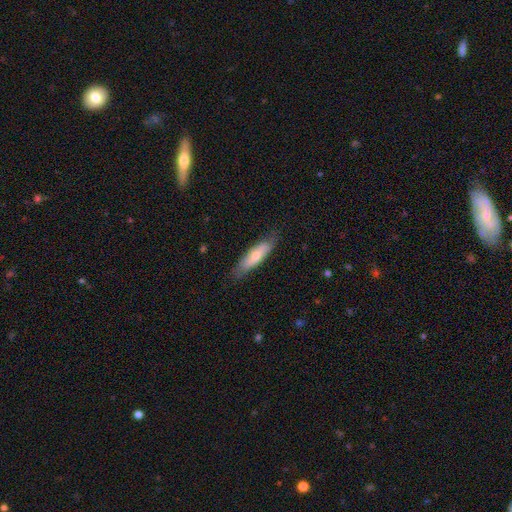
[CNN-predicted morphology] smooth-or-featured: smooth: 64% | featured or disk: 30% | star or artifact: 6%
  how-rounded: cigar-shaped: 60% | in between: 38% | round: 2%
  merging: none: 78% | minor disturbance: 17% | major disturbance: 4% | merger: 1%